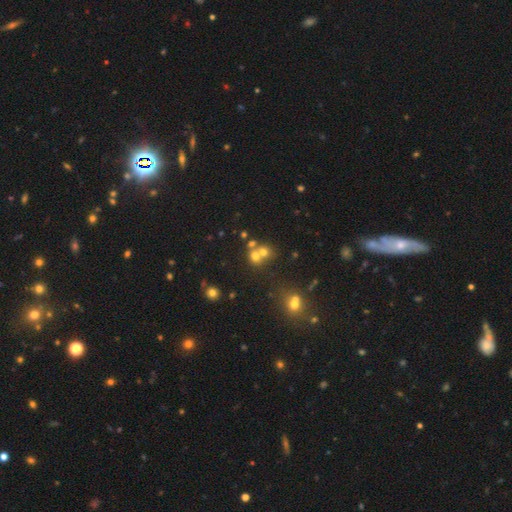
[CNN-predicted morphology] Q: Smooth or featured?
A: smooth (61%); runner-up: star or artifact (21%)
Q: How rounded?
A: round (74%); runner-up: in between (25%)
Q: Merging?
A: merger (51%); runner-up: none (38%)